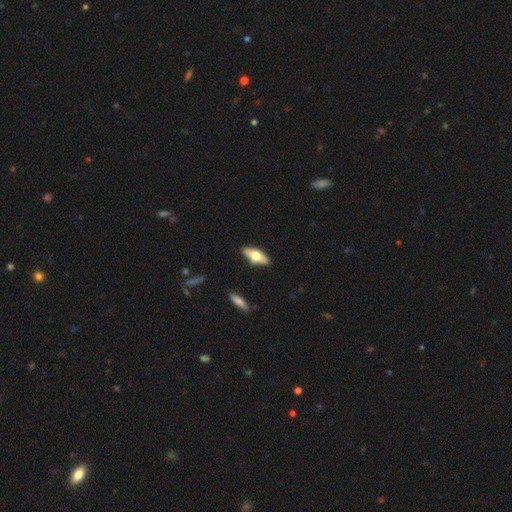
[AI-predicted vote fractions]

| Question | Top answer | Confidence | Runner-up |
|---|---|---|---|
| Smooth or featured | smooth | 52% | featured or disk (42%) |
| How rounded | in between | 70% | cigar-shaped (27%) |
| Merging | none | 86% | minor disturbance (10%) |